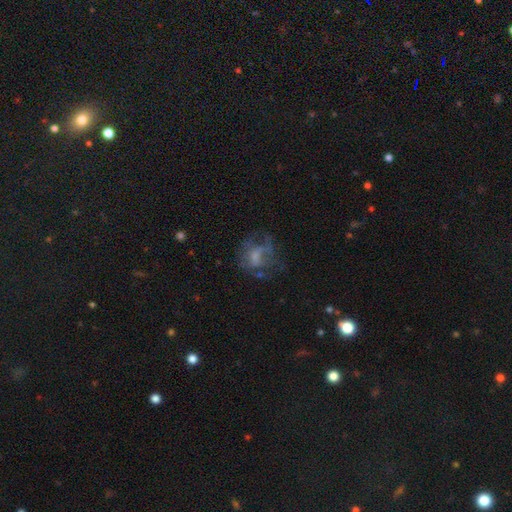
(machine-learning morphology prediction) Smooth or featured? featured or disk (47%)
Merging? none (41%)